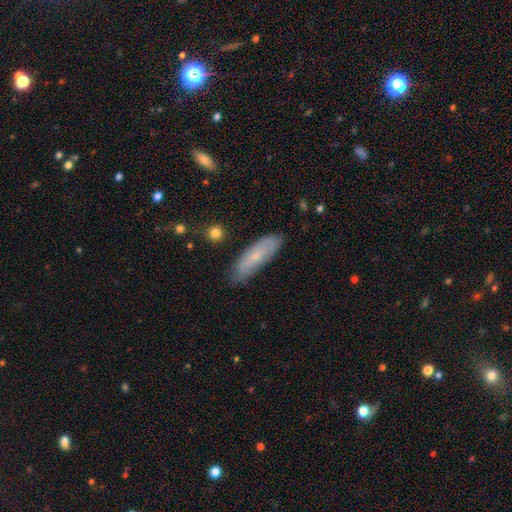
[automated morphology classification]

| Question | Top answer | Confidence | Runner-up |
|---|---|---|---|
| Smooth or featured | smooth | 63% | featured or disk (30%) |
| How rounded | cigar-shaped | 52% | in between (46%) |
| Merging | none | 77% | minor disturbance (19%) |